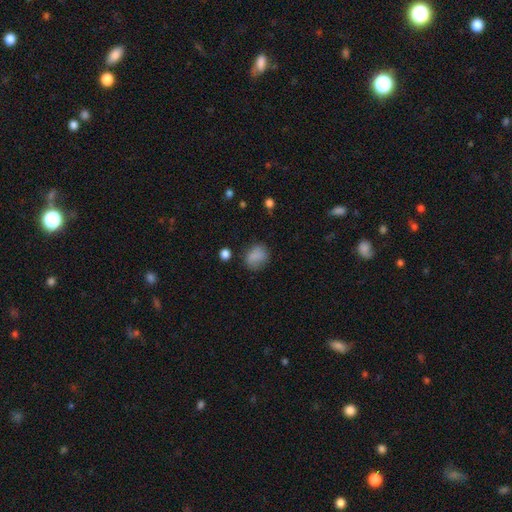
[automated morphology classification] Smooth or featured? Predicted: smooth (p=0.84). How rounded? Predicted: round (p=0.55). Merging? Predicted: none (p=0.75).